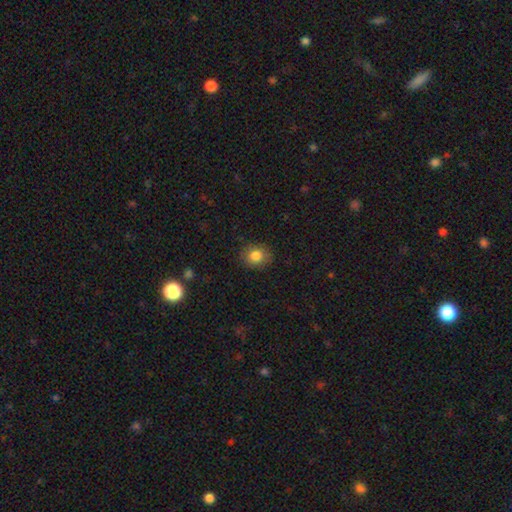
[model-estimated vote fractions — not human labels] Smooth or featured? Predicted: smooth (p=0.82). How rounded? Predicted: round (p=0.68). Merging? Predicted: none (p=0.84).